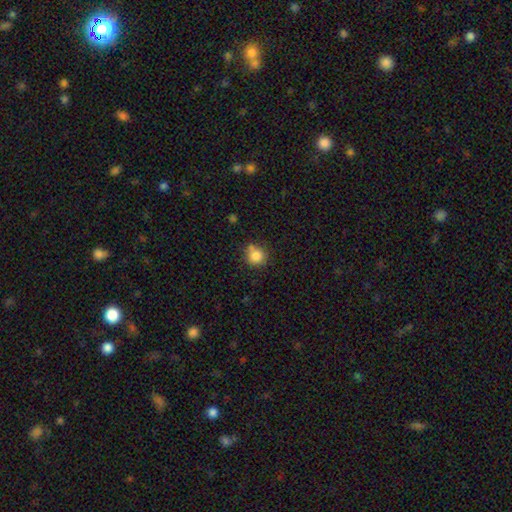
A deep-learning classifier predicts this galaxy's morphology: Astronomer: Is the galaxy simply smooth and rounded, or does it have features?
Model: smooth — 83%.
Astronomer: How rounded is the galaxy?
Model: round — 88%.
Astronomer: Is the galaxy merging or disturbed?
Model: none — 67%.